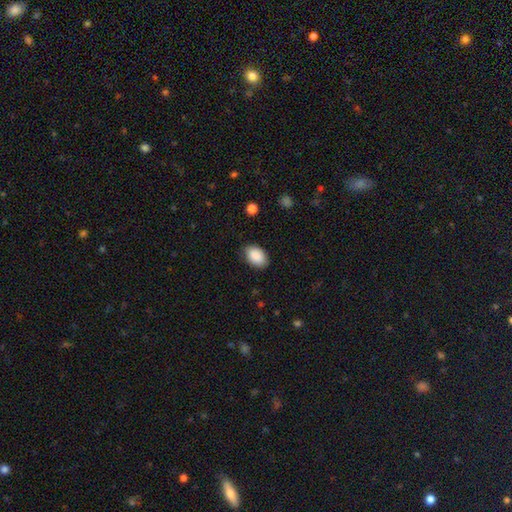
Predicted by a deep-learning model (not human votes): Smooth or featured? smooth (90%)
How rounded? in between (88%)
Merging? none (82%)